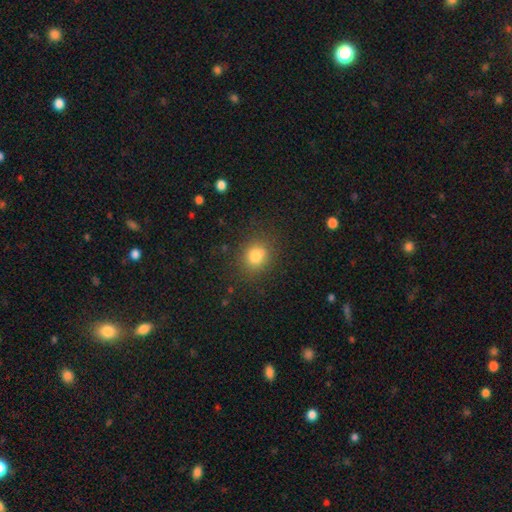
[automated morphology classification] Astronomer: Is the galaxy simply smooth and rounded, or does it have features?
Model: smooth — 80%.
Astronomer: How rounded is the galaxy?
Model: round — 71%.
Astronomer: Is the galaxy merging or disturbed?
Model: none — 79%.